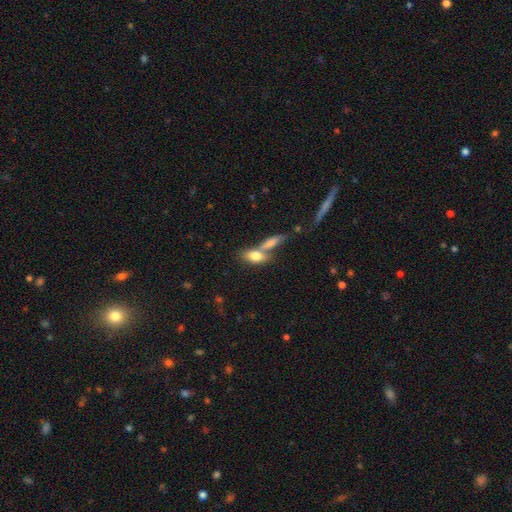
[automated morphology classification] Smooth or featured? smooth (76%)
How rounded? in between (79%)
Merging? merger (51%)